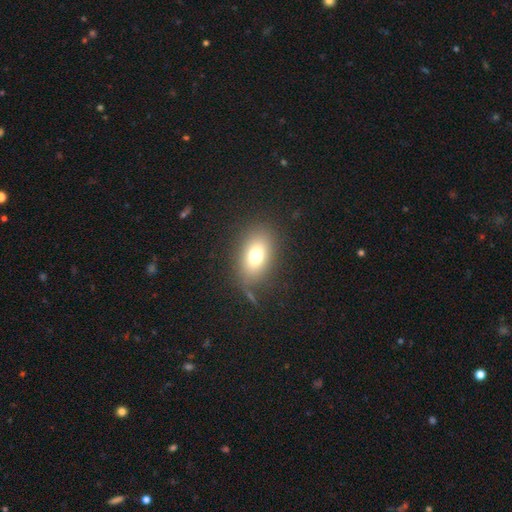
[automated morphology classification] The model was most divided on "smooth or featured": smooth: 74%, featured or disk: 15%, star or artifact: 12%. More confident: how rounded — in between (80%); merging — none (78%).